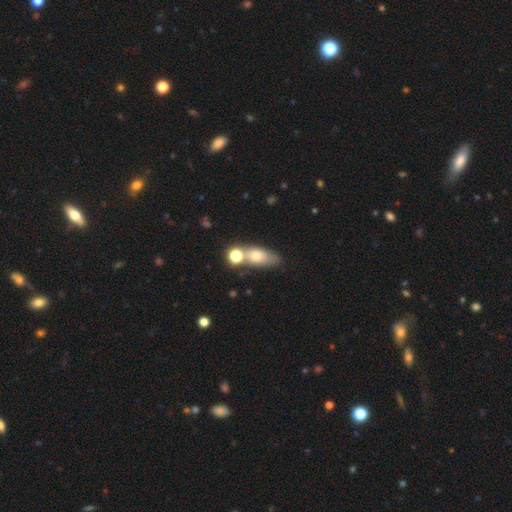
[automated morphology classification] Smooth or featured? smooth (68%)
How rounded? in between (70%)
Merging? none (51%)